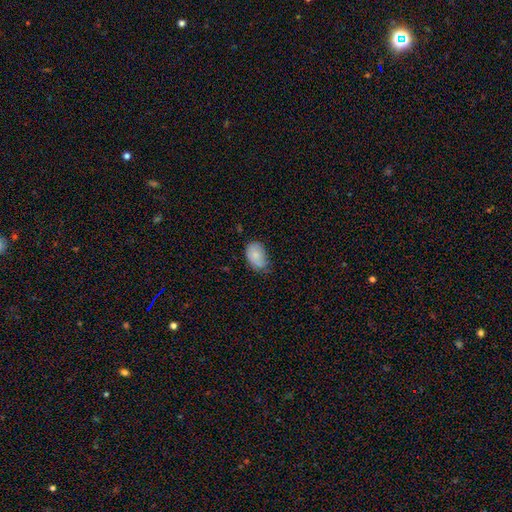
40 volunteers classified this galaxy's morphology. smooth_or_featured: smooth (p=0.78) [alt: featured or disk p=0.12]
how_rounded: in between (p=0.90) [alt: round p=0.10]
merging: minor disturbance (p=0.67) [alt: none p=0.17]